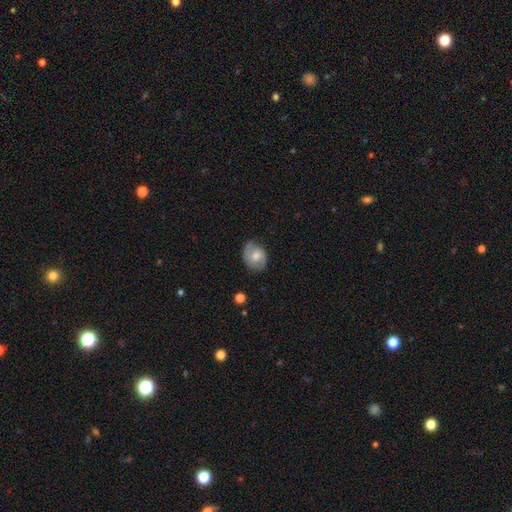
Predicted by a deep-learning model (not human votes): This appears to be a featured or disk galaxy (54%) with no bar (62%), spiral arms (86%) and a moderate central bulge (58%). Merging: none (67%).